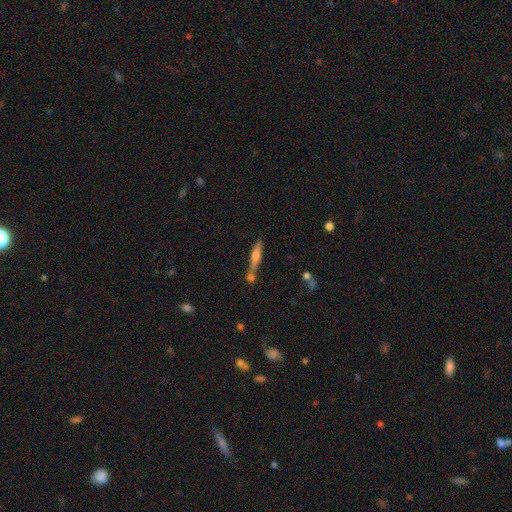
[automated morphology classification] smooth_or_featured: featured or disk (p=0.52) [alt: smooth p=0.40]
disk_edge_on: yes (p=0.93) [alt: no p=0.07]
merging: none (p=0.56) [alt: merger p=0.26]